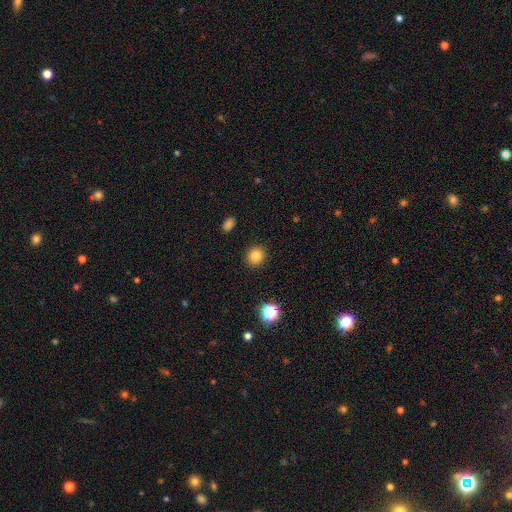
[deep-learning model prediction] Overall: smooth (83%). How rounded: round (88%). Merging: none (91%).